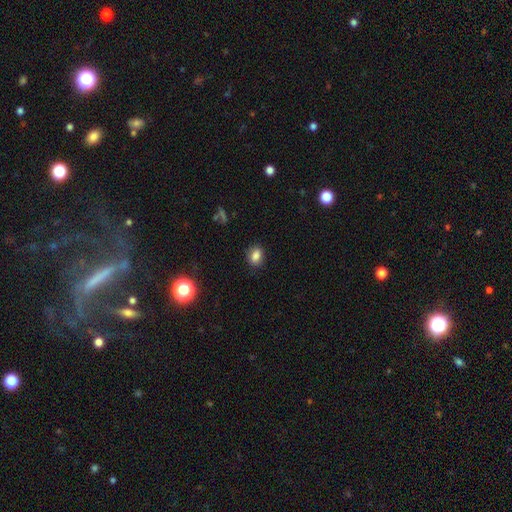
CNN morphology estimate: Smooth or featured: smooth — 83% (star or artifact — 11%)
How rounded: in between — 65% (round — 34%)
Merging: none — 85% (minor disturbance — 11%)